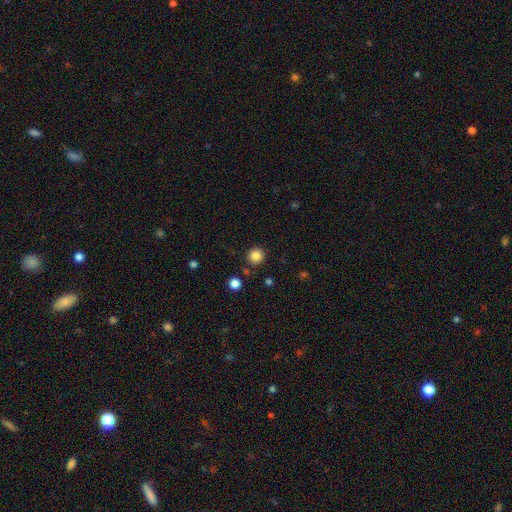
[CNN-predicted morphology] Q: Smooth or featured?
A: smooth (84%); runner-up: star or artifact (11%)
Q: How rounded?
A: round (94%); runner-up: in between (5%)
Q: Merging?
A: none (89%); runner-up: minor disturbance (6%)